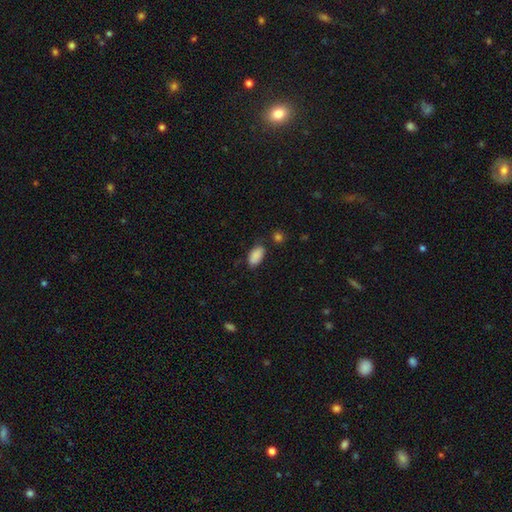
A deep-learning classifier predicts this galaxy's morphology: Smooth or featured: smooth — 88% (star or artifact — 7%)
How rounded: in between — 94% (round — 4%)
Merging: none — 73% (minor disturbance — 19%)